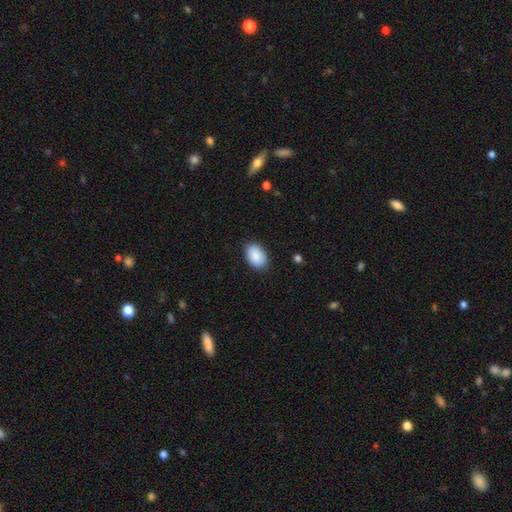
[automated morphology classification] The model was most divided on "merging": none: 86%, minor disturbance: 10%, major disturbance: 2%, merger: 1%. More confident: how rounded — in between (91%); smooth or featured — smooth (90%).